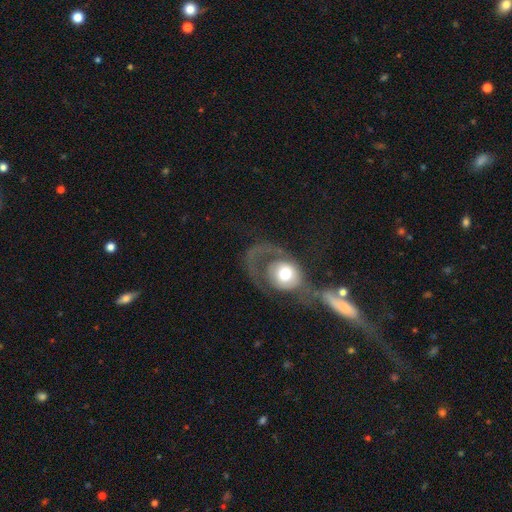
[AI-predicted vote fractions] smooth-or-featured: featured or disk: 64% | smooth: 27% | star or artifact: 9%
  disk-edge-on: no: 93% | yes: 7%
    bar: no: 84% | weak: 12% | strong: 4%
    has-spiral-arms: yes: 60% | no: 40%
    bulge-size: moderate: 59% | large: 25% | small: 10% | dominant: 4% | none: 2%
  merging: major disturbance: 30% | merger: 29% | none: 28% | minor disturbance: 13%